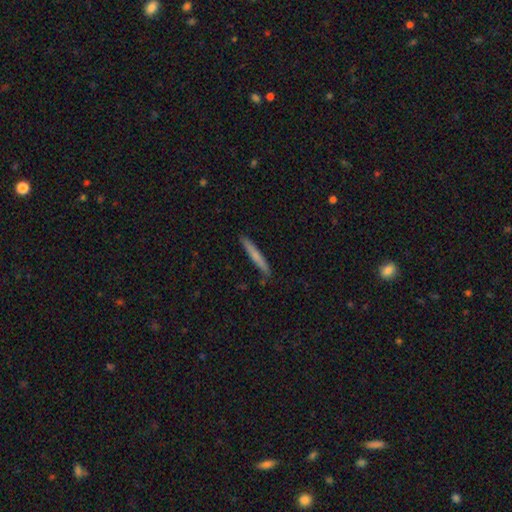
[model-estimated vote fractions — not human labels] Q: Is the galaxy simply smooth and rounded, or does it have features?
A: smooth — 64%.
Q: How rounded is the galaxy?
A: cigar-shaped — 96%.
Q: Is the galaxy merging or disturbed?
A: none — 88%.